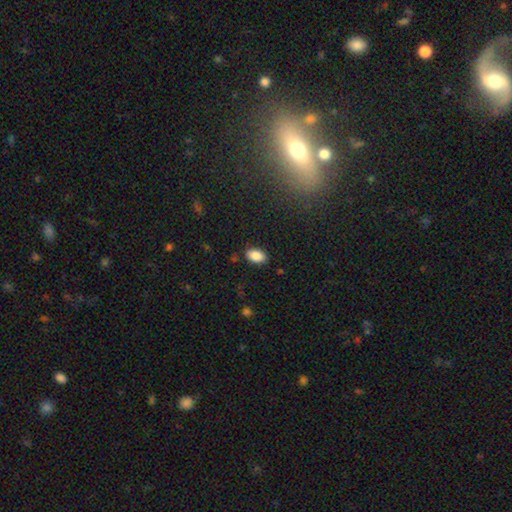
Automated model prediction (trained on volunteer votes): The model was most divided on "merging": none: 86%, minor disturbance: 11%, major disturbance: 2%, merger: 1%. More confident: how rounded — in between (92%); smooth or featured — smooth (87%).